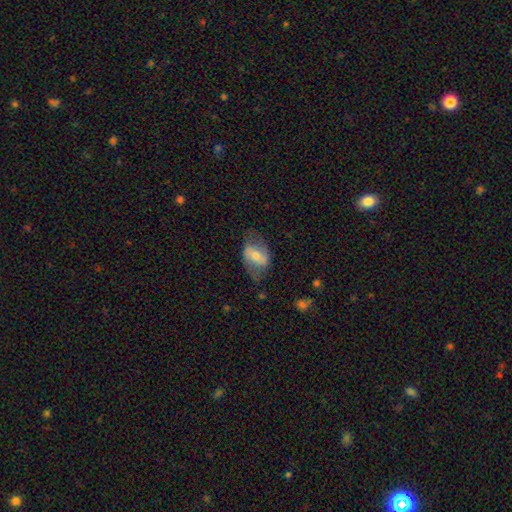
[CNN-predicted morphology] Q: Smooth or featured?
A: featured or disk (53%); runner-up: smooth (40%)
Q: Edge-on disk?
A: no (94%); runner-up: yes (6%)
Q: Merging?
A: none (61%); runner-up: minor disturbance (24%)